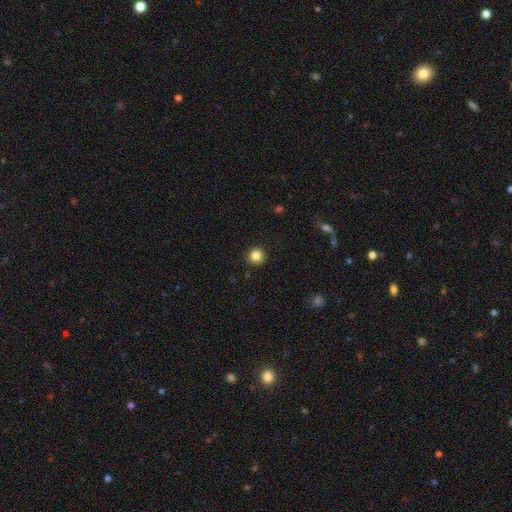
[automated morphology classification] A smooth galaxy with no disk features (84%) that is round (94%).

Vote fractions:
- Smooth or featured? smooth: 84% / star or artifact: 11% / featured or disk: 5%
- How rounded? round: 94% / in between: 5% / cigar-shaped: 1%
- Merging? none: 90% / minor disturbance: 7% / major disturbance: 2% / merger: 1%